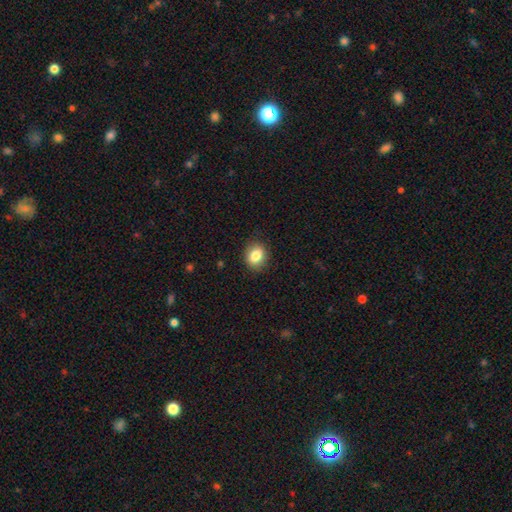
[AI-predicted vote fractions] Smooth or featured: smooth — 84% (star or artifact — 9%)
How rounded: round — 58% (in between — 41%)
Merging: none — 87% (minor disturbance — 9%)